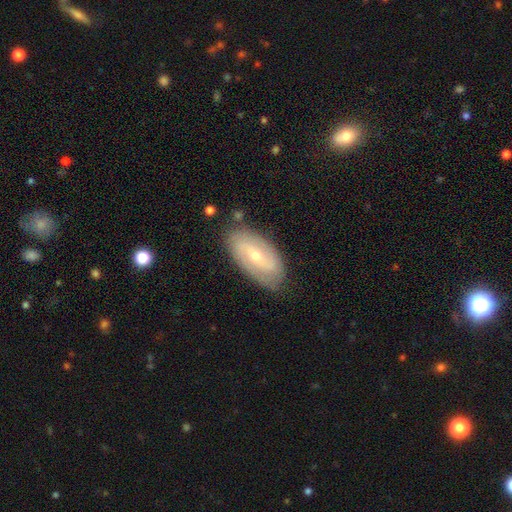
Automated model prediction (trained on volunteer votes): Q: Smooth or featured?
A: featured or disk (73%); runner-up: smooth (21%)
Q: Edge-on disk?
A: no (92%); runner-up: yes (8%)
Q: Bar?
A: weak (44%); runner-up: no (35%)
Q: Spiral arms?
A: yes (85%); runner-up: no (15%)
Q: Spiral winding?
A: medium (39%); runner-up: loose (31%)
Q: Spiral arm count?
A: 2 (78%); runner-up: can't tell (15%)
Q: Bulge size?
A: small (58%); runner-up: moderate (40%)
Q: Merging?
A: none (82%); runner-up: minor disturbance (13%)